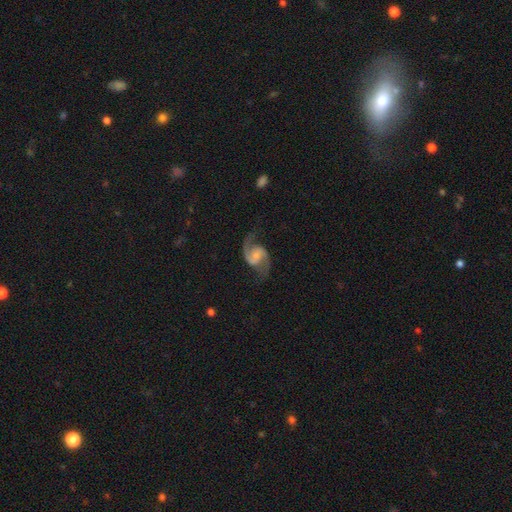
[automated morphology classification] type=featured or disk (91%); edge-on=no (98%); bar=no (50%); spiral arms=yes (98%); winding=medium (52%); arm count=2 (94%); bulge=small (53%); merging=none (77%).